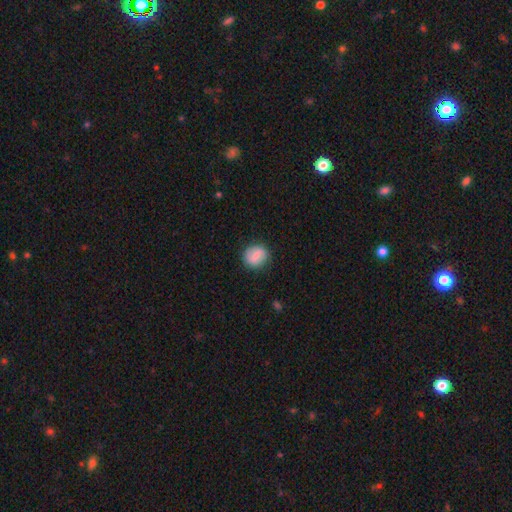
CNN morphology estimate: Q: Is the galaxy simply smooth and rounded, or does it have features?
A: smooth — 74%.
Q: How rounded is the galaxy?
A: round — 69%.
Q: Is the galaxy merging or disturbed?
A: none — 84%.